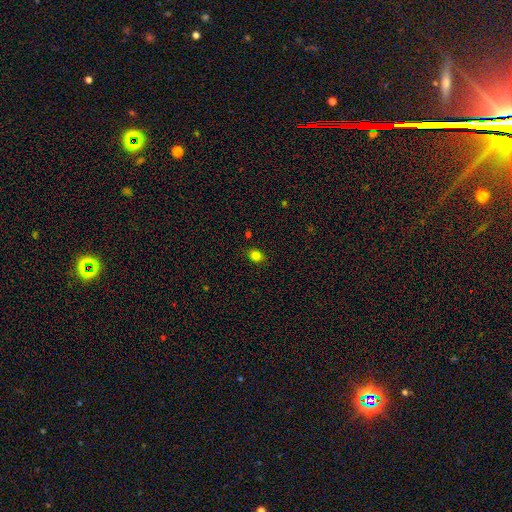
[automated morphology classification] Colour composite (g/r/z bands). It shows a smooth galaxy with no disk features (82%) that is in between round and cigar-shaped (52%). Merging: none (81%).